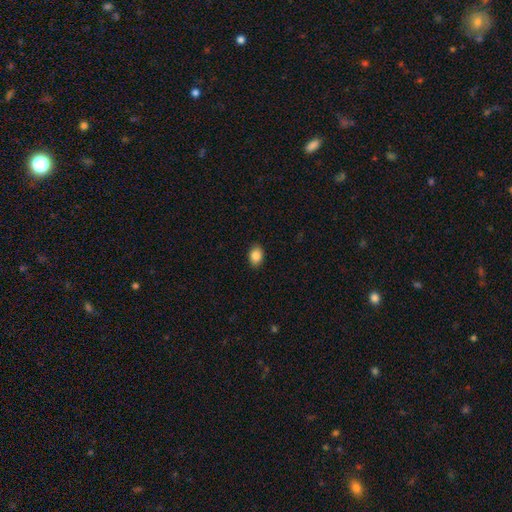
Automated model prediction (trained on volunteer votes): smooth-or-featured: smooth: 88% | star or artifact: 8% | featured or disk: 4%
  how-rounded: in between: 75% | round: 23% | cigar-shaped: 1%
  merging: none: 89% | minor disturbance: 8% | major disturbance: 2% | merger: 1%